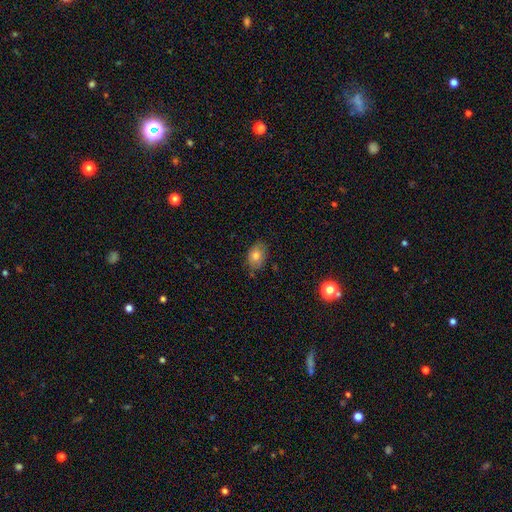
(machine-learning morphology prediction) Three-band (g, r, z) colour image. It shows a smooth galaxy with no disk features (78%) that is in between round and cigar-shaped (80%). Merging: none (74%).